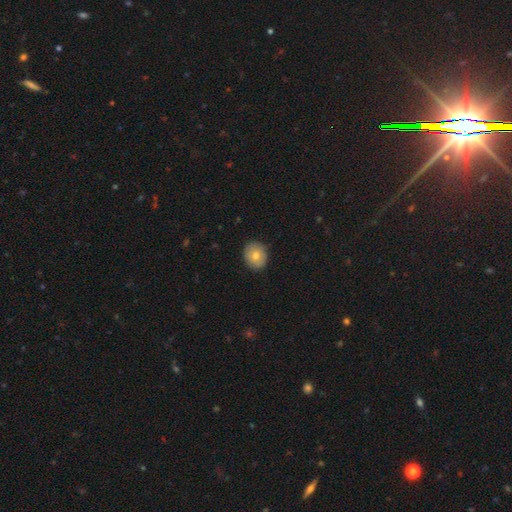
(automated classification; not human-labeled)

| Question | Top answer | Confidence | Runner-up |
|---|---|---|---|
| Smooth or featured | smooth | 73% | featured or disk (19%) |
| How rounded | round | 72% | in between (27%) |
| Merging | none | 86% | minor disturbance (11%) |